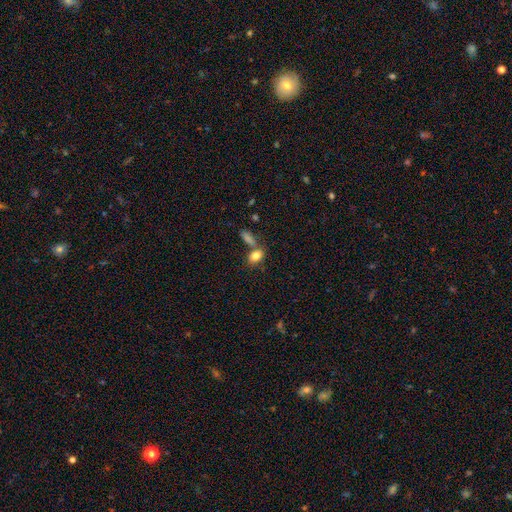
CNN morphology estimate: smooth-or-featured: smooth: 82% | star or artifact: 9% | featured or disk: 9%
  how-rounded: in between: 82% | round: 15% | cigar-shaped: 3%
  merging: none: 50% | merger: 33% | minor disturbance: 12% | major disturbance: 5%